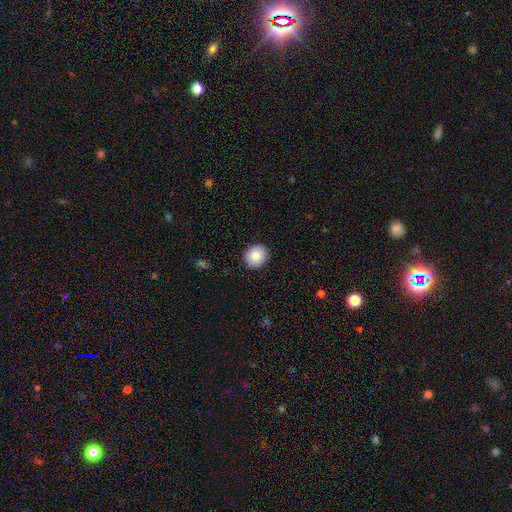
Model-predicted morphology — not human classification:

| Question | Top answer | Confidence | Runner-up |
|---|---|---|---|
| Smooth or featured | smooth | 85% | star or artifact (8%) |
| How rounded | round | 80% | in between (20%) |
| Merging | none | 91% | minor disturbance (6%) |